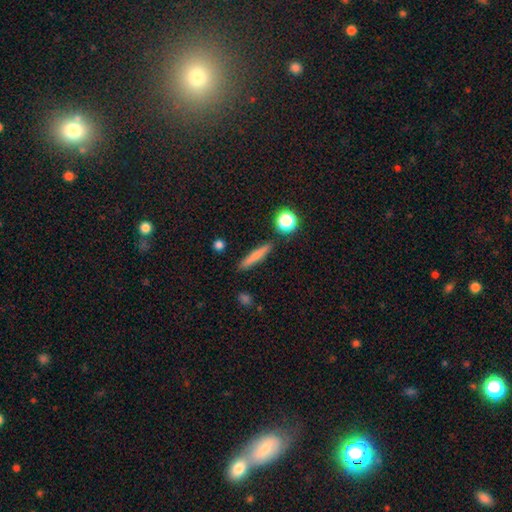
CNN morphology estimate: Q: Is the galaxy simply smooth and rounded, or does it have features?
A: smooth — 72%.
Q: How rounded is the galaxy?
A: cigar-shaped — 88%.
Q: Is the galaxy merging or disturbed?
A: none — 88%.